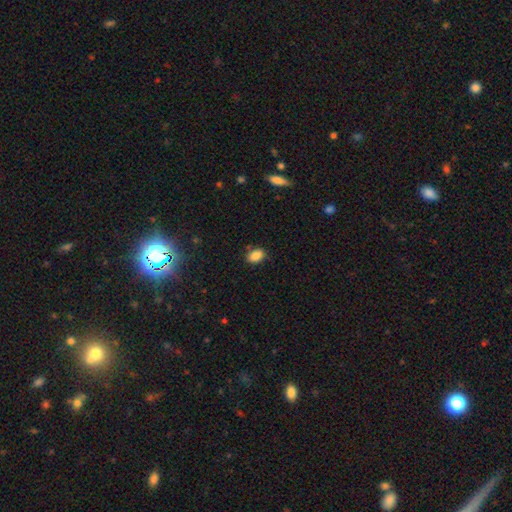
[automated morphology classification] Smooth or featured? smooth (87%)
How rounded? in between (82%)
Merging? none (80%)